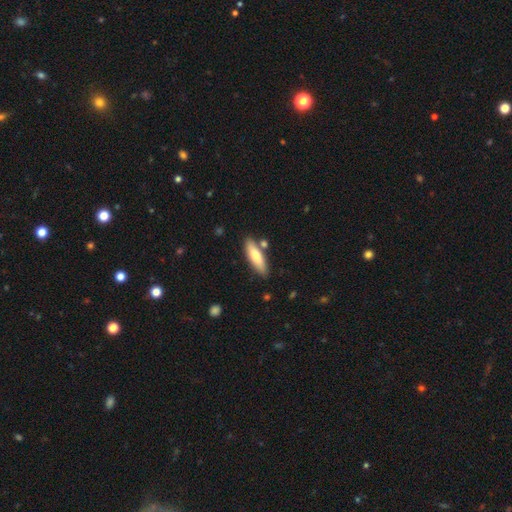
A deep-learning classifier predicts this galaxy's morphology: The model was most divided on "how rounded": cigar-shaped: 56%, in between: 43%, round: 2%. More confident: merging — none (80%); smooth or featured — smooth (74%).